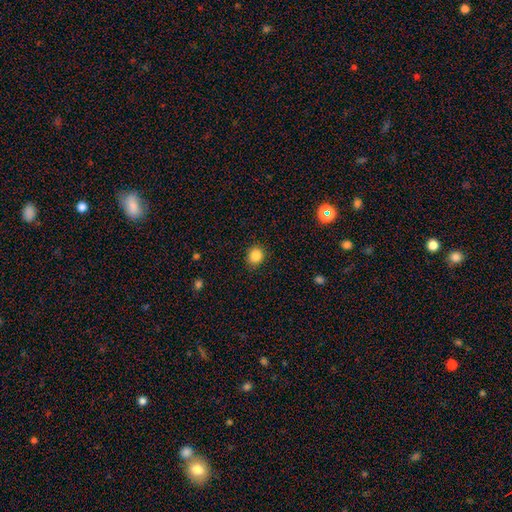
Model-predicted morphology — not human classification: A smooth galaxy with no disk features (86%) that is round (74%). Merging: none (88%).